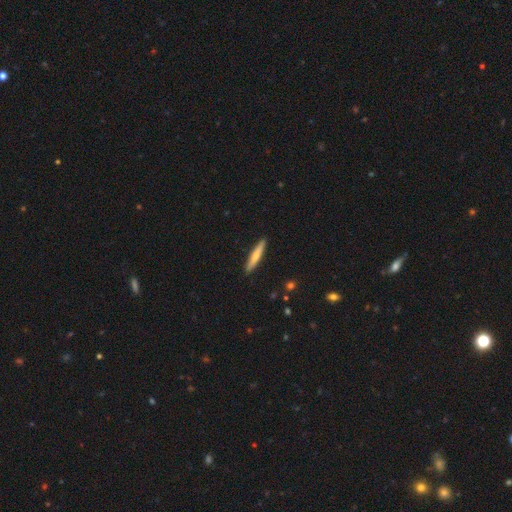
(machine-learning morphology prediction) This appears to be a smooth galaxy with no disk features (57%) that is cigar-shaped (92%). Merging: none (91%).